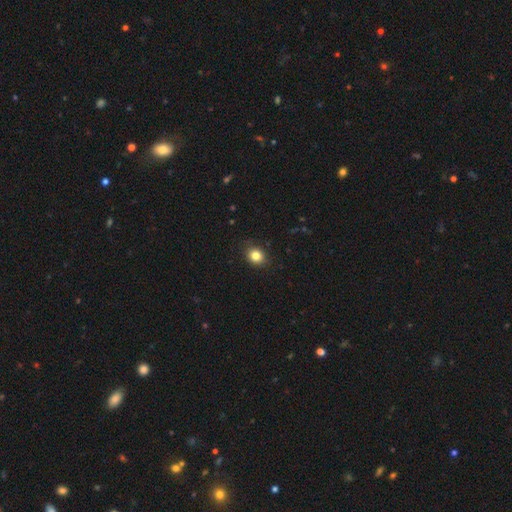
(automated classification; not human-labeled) Smooth or featured?
  - smooth: 83% *
  - star or artifact: 11%
  - featured or disk: 6%
How rounded?
  - round: 58% *
  - in between: 41%
  - cigar-shaped: 1%
Merging?
  - none: 86% *
  - minor disturbance: 11%
  - major disturbance: 2%
  - merger: 1%